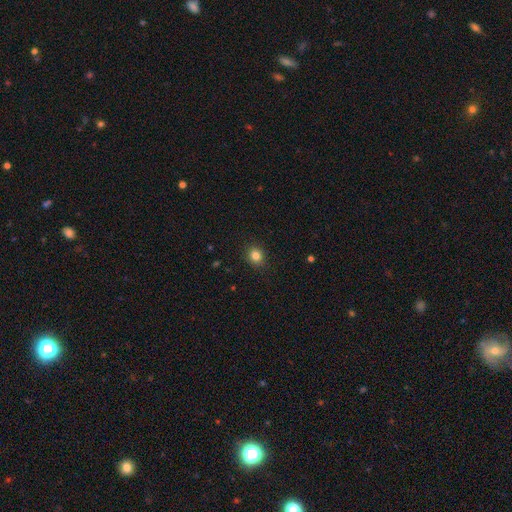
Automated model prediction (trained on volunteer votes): Morphology: type=smooth (83%); roundness=round (76%); merging=none (90%).